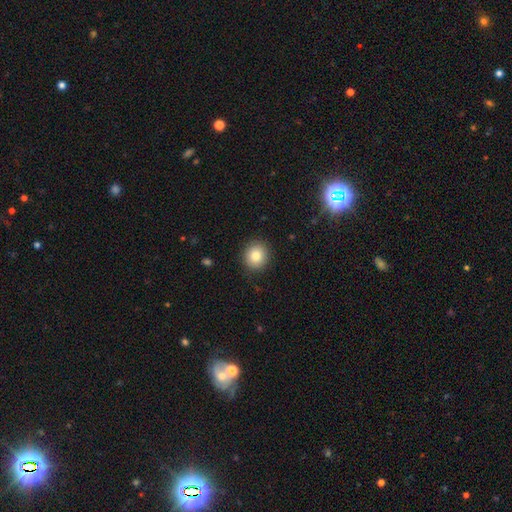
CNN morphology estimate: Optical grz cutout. It shows a smooth galaxy with no disk features (82%) that is round (87%). Merging: none (90%).